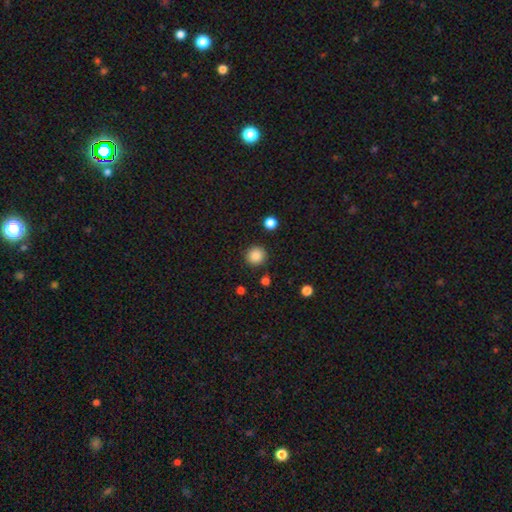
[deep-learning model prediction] smooth 87%, star or artifact 9%, featured or disk 3%. Down the decision tree: how rounded — round (93%); merging — none (89%).